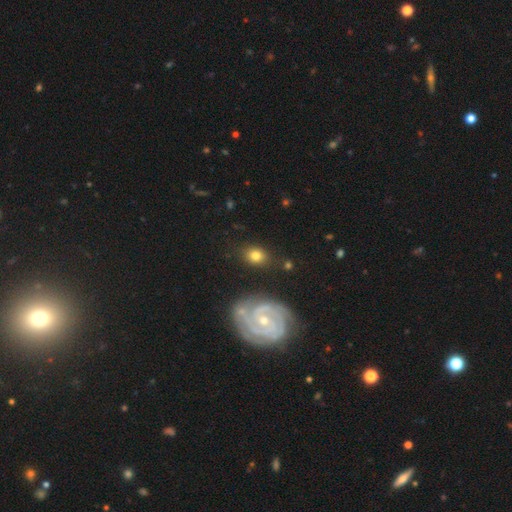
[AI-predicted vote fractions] Smooth or featured: smooth — 69% (featured or disk — 22%)
How rounded: in between — 54% (round — 45%)
Merging: none — 78% (minor disturbance — 13%)